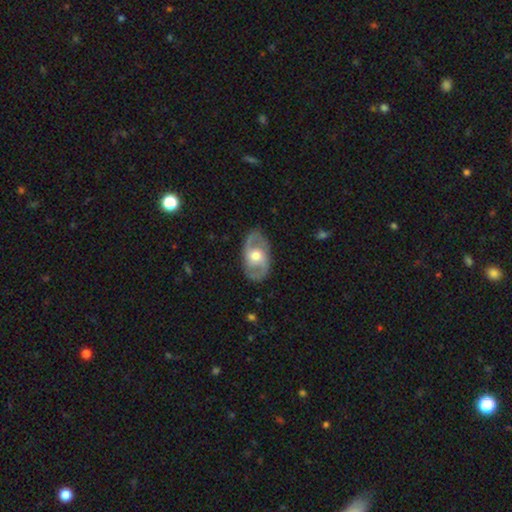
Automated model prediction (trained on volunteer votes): Overall: featured or disk (76%). Edge-on disk: no (94%). Bar: no (58%; weak 32%). Spiral arms: yes (80%). Spiral arm count: 2 (89%). Spiral winding: medium (50%; loose 29%). Bulge size: moderate (71%). Merging: none (84%).